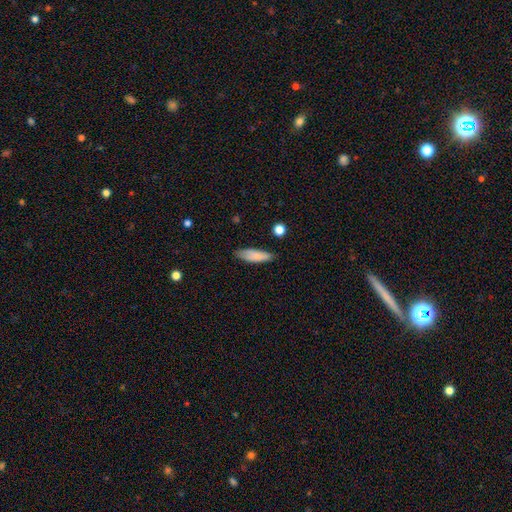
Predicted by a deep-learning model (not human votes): Q: Smooth or featured?
A: smooth (82%); runner-up: featured or disk (11%)
Q: How rounded?
A: in between (49%); tied with: cigar-shaped (49%)
Q: Merging?
A: none (76%); runner-up: minor disturbance (18%)